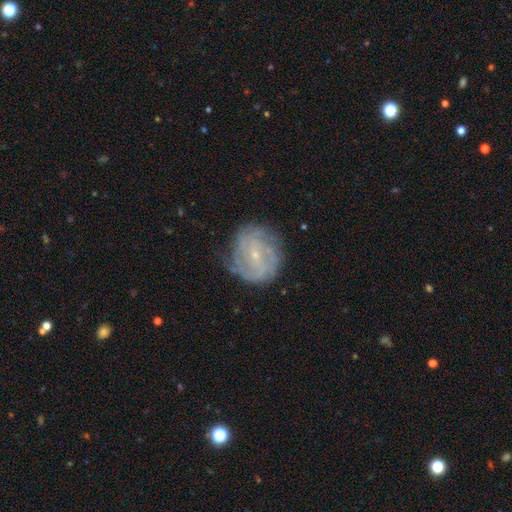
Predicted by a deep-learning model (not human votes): A featured or disk galaxy (78%) with no bar (47%), tight (57%) spiral arms (90%) and a small central bulge (82%).

Vote fractions:
- Smooth or featured? featured or disk: 78% / smooth: 14% / star or artifact: 8%
- Edge-on disk? no: 97% / yes: 3%
- Bar? no: 47% / weak: 41% / strong: 11%
- Spiral arms? yes: 90% / no: 10%
- Spiral winding? tight: 57% / medium: 32% / loose: 11%
- Spiral arm count? can't tell: 39% / 2: 22% / 3: 16% / 4: 11% / more than 4: 6% / 1: 6%
- Bulge size? small: 82% / moderate: 14% / none: 2% / large: 1% / dominant: 1%
- Merging? none: 72% / minor disturbance: 19% / major disturbance: 7% / merger: 1%